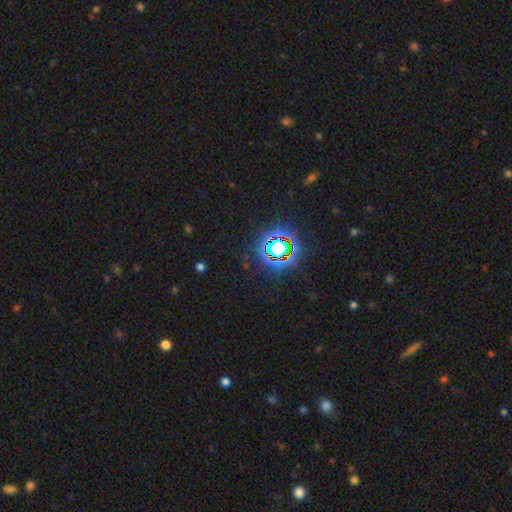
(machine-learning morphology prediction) A star or artifact, not a galaxy (81%).